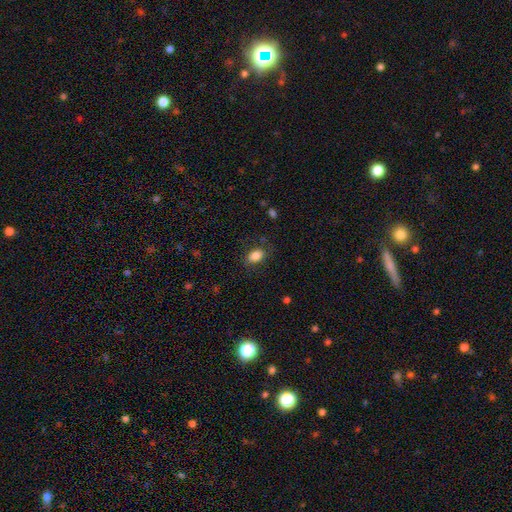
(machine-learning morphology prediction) A smooth galaxy with no disk features (85%) that is in between round and cigar-shaped (82%).

Vote fractions:
- Smooth or featured? smooth: 85% / star or artifact: 9% / featured or disk: 7%
- How rounded? in between: 82% / round: 16% / cigar-shaped: 2%
- Merging? none: 79% / minor disturbance: 15% / major disturbance: 5% / merger: 1%